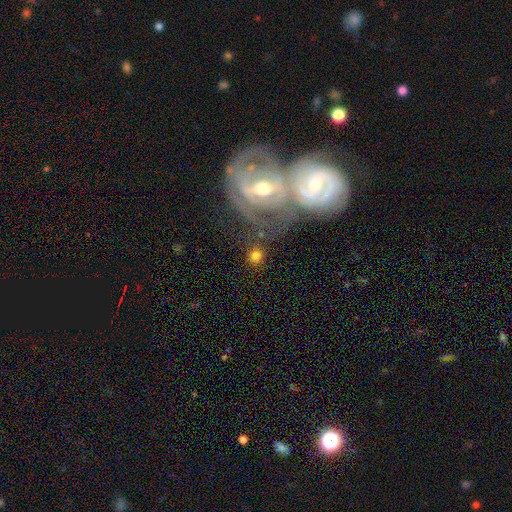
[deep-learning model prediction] The model was most divided on "smooth or featured": smooth: 65%, featured or disk: 24%, star or artifact: 11%. More confident: how rounded — round (82%); merging — none (71%).